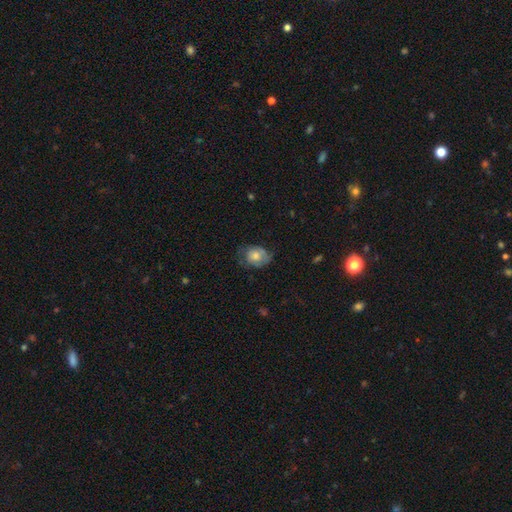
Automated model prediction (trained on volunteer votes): Morphology: type=smooth (58%); roundness=in between (54%); merging=none (55%).